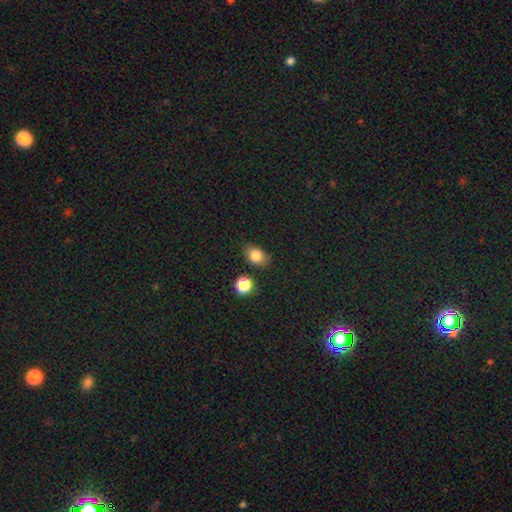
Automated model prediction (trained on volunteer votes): Smooth or featured? smooth (81%)
How rounded? in between (67%)
Merging? none (73%)